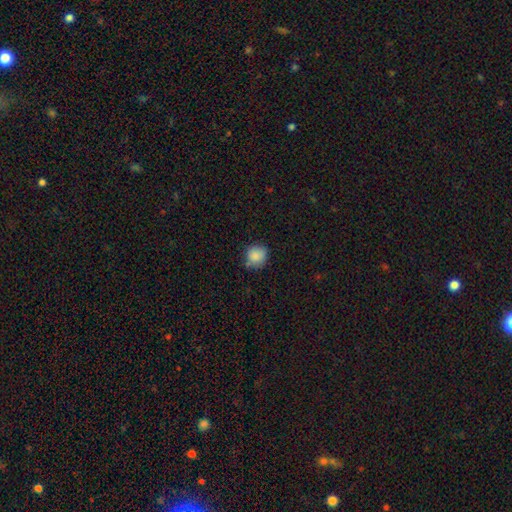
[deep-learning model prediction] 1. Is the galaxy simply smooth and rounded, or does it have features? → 86% smooth, 9% star or artifact, 5% featured or disk.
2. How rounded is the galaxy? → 88% round, 11% in between, 1% cigar-shaped.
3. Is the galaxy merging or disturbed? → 75% none, 19% minor disturbance, 4% major disturbance, 3% merger.